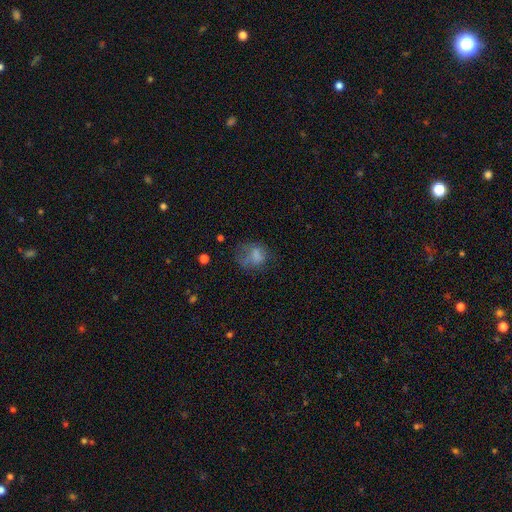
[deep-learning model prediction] Smooth or featured? smooth (62%)
How rounded? in between (50%)
Merging? none (42%)